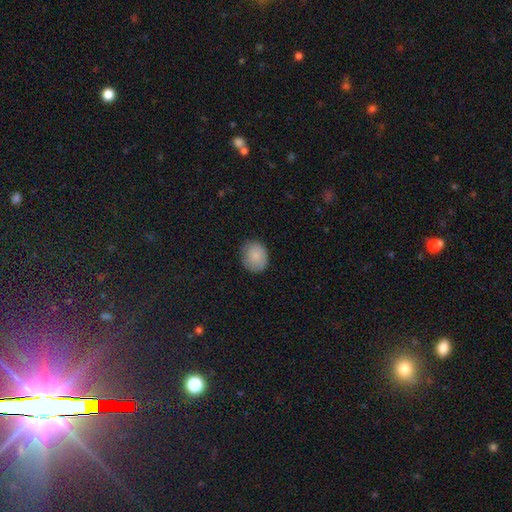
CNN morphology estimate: Overall: smooth (85%). How rounded: round (67%; in between 32%). Merging: none (79%).